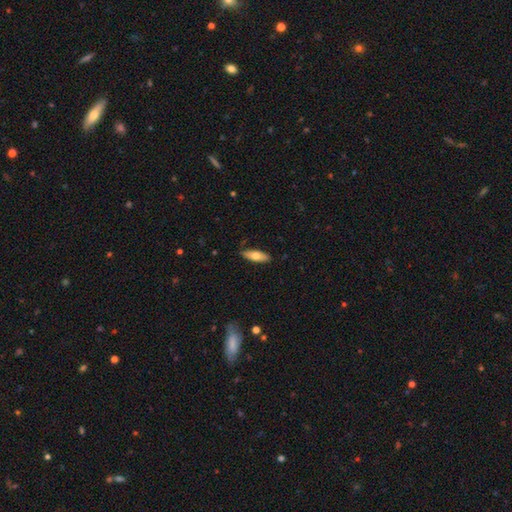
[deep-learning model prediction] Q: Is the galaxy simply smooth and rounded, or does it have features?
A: smooth — 64%.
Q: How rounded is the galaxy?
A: in between — 60%.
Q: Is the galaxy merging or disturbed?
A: none — 86%.